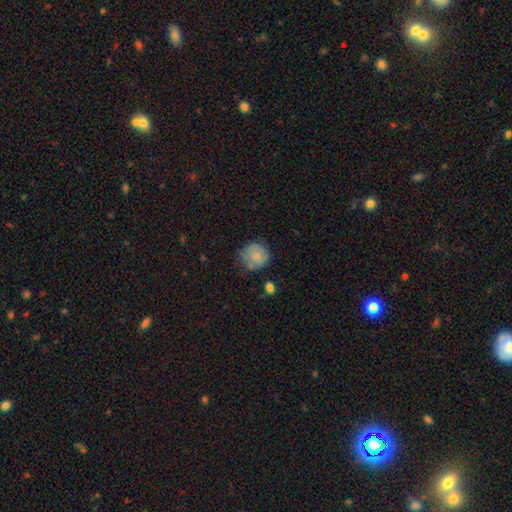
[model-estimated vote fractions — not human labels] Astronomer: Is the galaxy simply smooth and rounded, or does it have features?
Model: smooth — 72%.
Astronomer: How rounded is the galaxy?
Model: round — 85%.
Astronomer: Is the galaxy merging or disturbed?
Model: none — 58%.